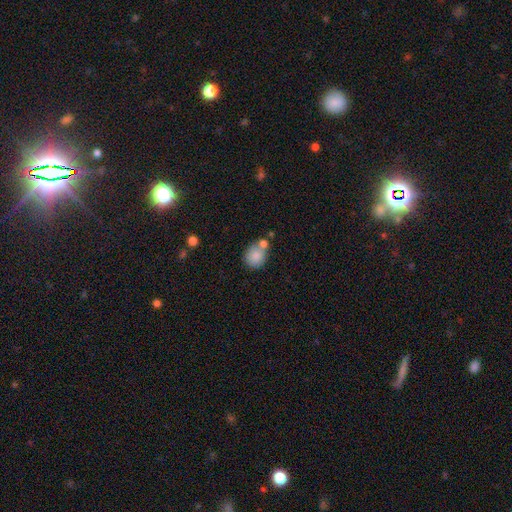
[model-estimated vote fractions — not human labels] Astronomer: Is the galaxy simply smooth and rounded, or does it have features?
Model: smooth — 83%.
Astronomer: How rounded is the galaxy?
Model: round — 74%.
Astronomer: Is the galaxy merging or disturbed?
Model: none — 49% (runner-up: merger, 32%).